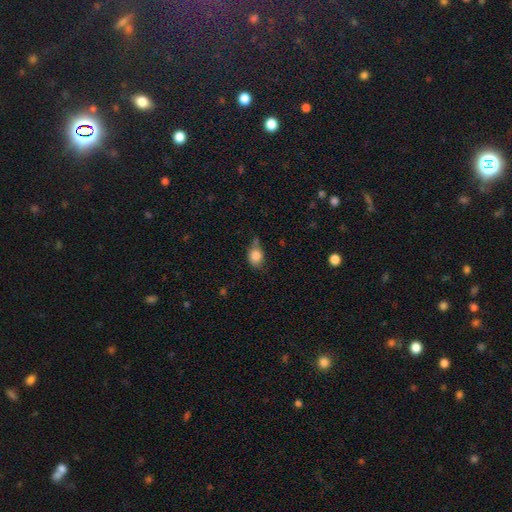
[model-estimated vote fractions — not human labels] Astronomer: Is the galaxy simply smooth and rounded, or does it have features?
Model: smooth — 83%.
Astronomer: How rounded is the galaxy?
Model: round — 50% (runner-up: in between, 48%).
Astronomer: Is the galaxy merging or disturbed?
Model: none — 48% (runner-up: minor disturbance, 33%).